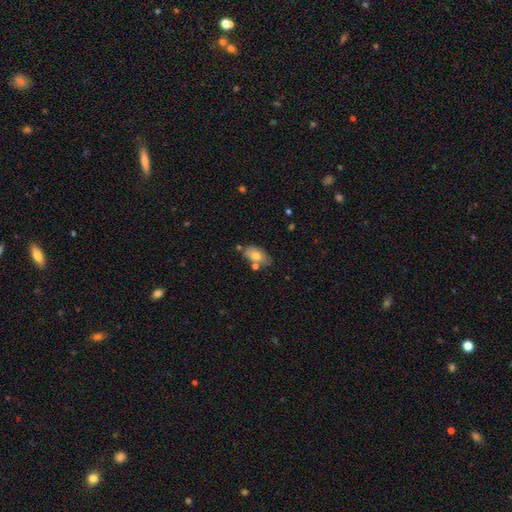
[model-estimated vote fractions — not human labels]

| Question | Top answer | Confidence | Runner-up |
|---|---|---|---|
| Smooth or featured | smooth | 70% | featured or disk (23%) |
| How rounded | in between | 91% | round (6%) |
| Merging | none | 65% | minor disturbance (18%) |